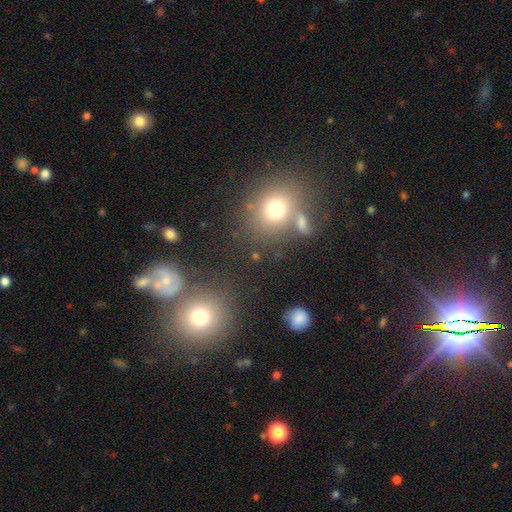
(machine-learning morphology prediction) A smooth galaxy with no disk features (65%) that is round (72%).

Vote fractions:
- Smooth or featured? smooth: 65% / star or artifact: 23% / featured or disk: 13%
- How rounded? round: 72% / in between: 27% / cigar-shaped: 2%
- Merging? none: 66% / merger: 16% / minor disturbance: 12% / major disturbance: 6%